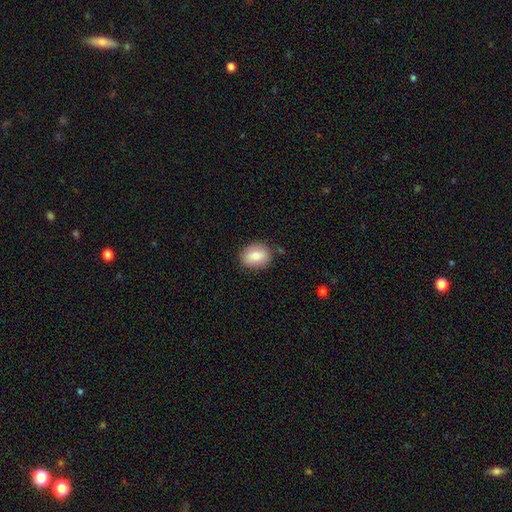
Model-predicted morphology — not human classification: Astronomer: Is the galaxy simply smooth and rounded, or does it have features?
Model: smooth — 83%.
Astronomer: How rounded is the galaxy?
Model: in between — 59% (runner-up: round, 39%).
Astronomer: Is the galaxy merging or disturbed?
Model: none — 82%.